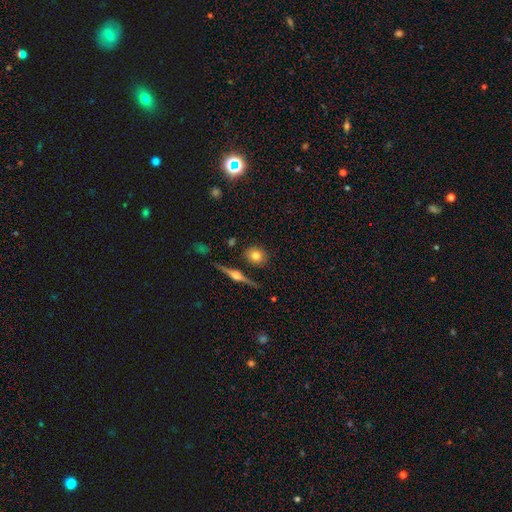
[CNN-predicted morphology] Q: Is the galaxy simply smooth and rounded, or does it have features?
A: smooth — 72%.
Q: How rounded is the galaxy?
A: round — 68%.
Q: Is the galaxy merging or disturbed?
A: none — 82%.